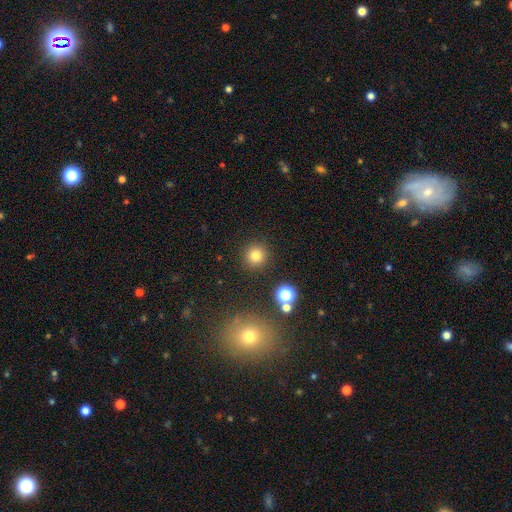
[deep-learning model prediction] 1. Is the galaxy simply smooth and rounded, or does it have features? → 78% smooth, 15% star or artifact, 7% featured or disk.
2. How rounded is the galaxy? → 94% round, 5% in between, 1% cigar-shaped.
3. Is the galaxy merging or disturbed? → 89% none, 6% minor disturbance, 3% major disturbance, 2% merger.